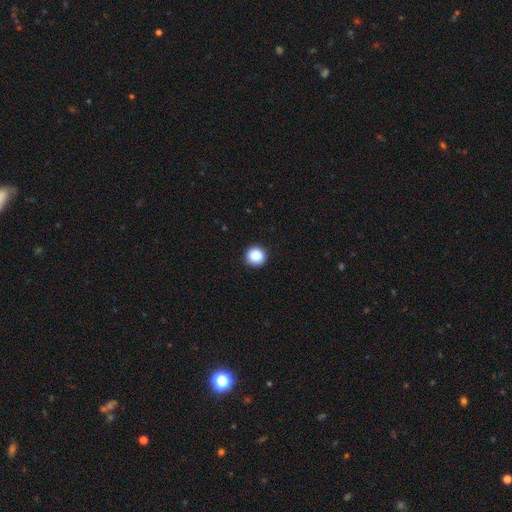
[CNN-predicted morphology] This appears to be a smooth galaxy with no disk features (88%) that is round (94%). Merging: none (91%).